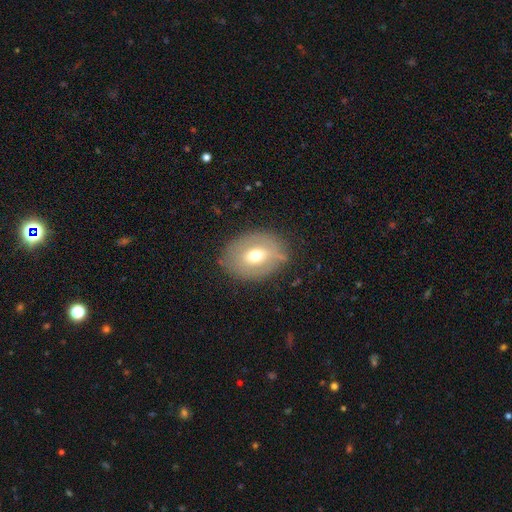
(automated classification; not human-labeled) Smooth or featured?
  - smooth: 52% *
  - featured or disk: 39%
  - star or artifact: 9%
How rounded?
  - in between: 63% *
  - round: 36%
  - cigar-shaped: 1%
Merging?
  - none: 73% *
  - minor disturbance: 19%
  - major disturbance: 6%
  - merger: 2%